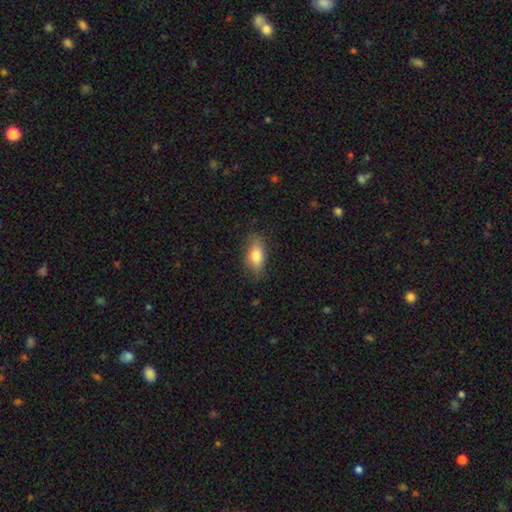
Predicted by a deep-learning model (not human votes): A smooth galaxy with no disk features (76%) that is in between round and cigar-shaped (82%).

Vote fractions:
- Smooth or featured? smooth: 76% / featured or disk: 16% / star or artifact: 7%
- How rounded? in between: 82% / cigar-shaped: 12% / round: 6%
- Merging? none: 79% / minor disturbance: 16% / major disturbance: 4% / merger: 1%